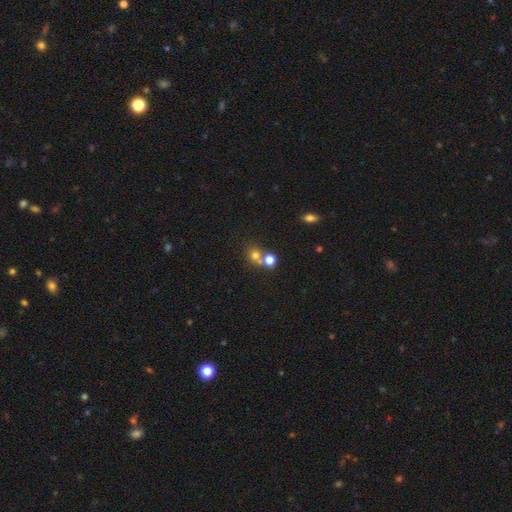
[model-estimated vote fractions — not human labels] Smooth or featured?
  - smooth: 70% *
  - star or artifact: 18%
  - featured or disk: 12%
How rounded?
  - round: 79% *
  - in between: 20%
  - cigar-shaped: 1%
Merging?
  - merger: 45% * (tied)
  - none: 45% * (tied)
  - minor disturbance: 7%
  - major disturbance: 4%